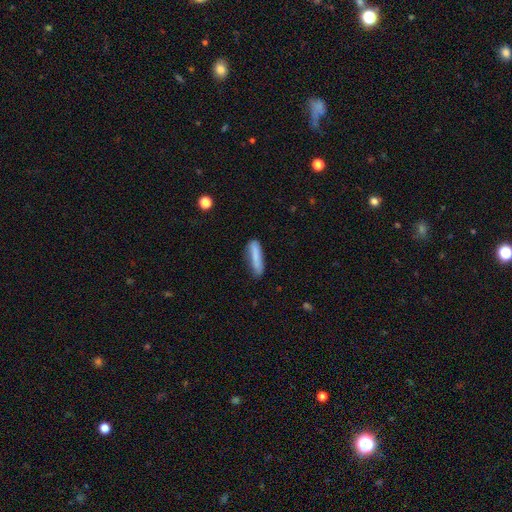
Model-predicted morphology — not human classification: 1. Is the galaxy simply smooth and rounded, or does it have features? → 79% smooth, 14% featured or disk, 7% star or artifact.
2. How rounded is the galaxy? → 81% cigar-shaped, 17% in between, 2% round.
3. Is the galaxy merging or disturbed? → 69% none, 22% minor disturbance, 5% major disturbance, 3% merger.